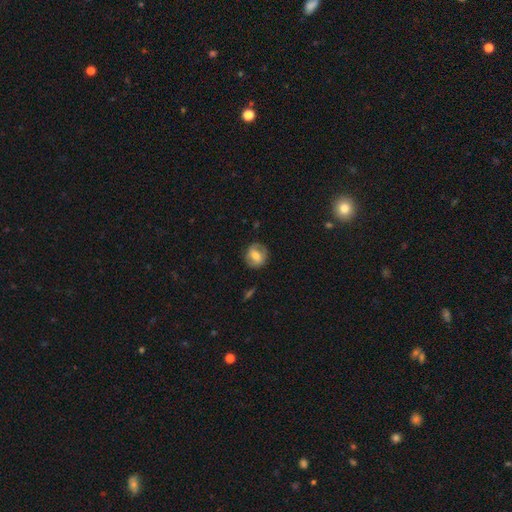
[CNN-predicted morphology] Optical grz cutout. It shows a smooth galaxy with no disk features (59%) that is round (77%). Merging: none (80%).